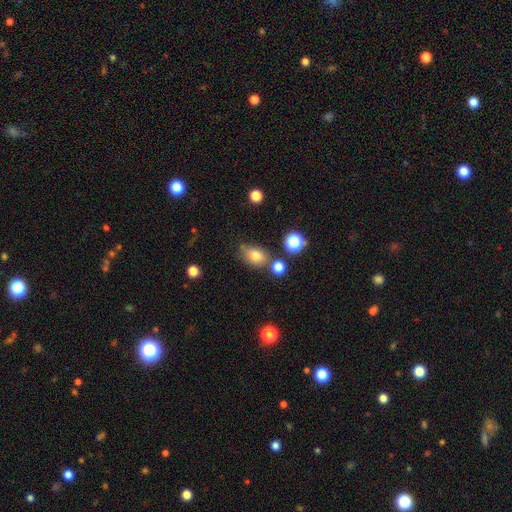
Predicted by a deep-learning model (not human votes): This is likely a smooth galaxy (75%). How rounded: likely in between (68%). Merging: likely none (68%).